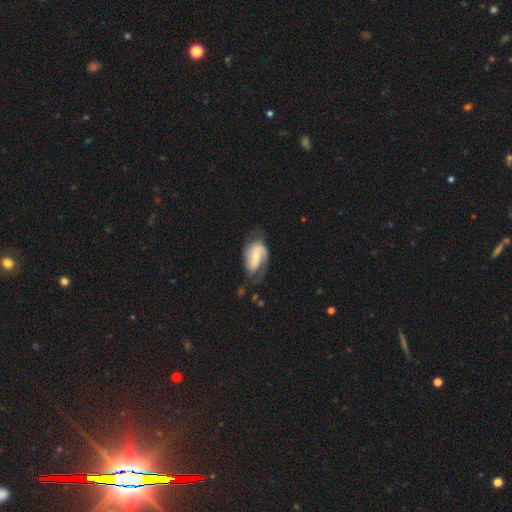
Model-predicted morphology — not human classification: This appears to be a featured or disk galaxy (73%) with a weak bar (43%), 2 (68%) medium (43%) spiral arms (91%) and a small central bulge (52%). Merging: none (51%).